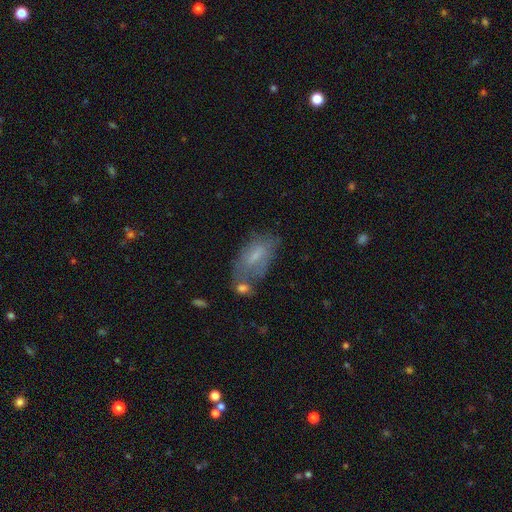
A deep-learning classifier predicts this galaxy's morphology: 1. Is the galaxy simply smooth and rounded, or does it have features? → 54% smooth, 36% featured or disk, 9% star or artifact.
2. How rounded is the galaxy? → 88% in between, 7% cigar-shaped, 5% round.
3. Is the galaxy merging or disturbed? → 42% none, 25% minor disturbance, 17% merger, 15% major disturbance.